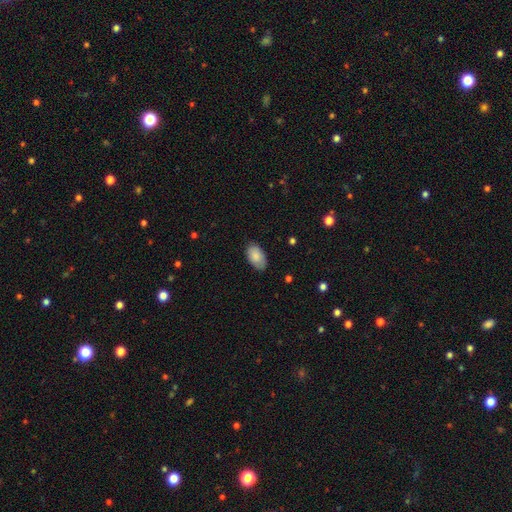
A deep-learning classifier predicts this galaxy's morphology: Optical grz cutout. It shows a smooth galaxy with no disk features (86%) that is in between round and cigar-shaped (95%). Merging: none (82%).